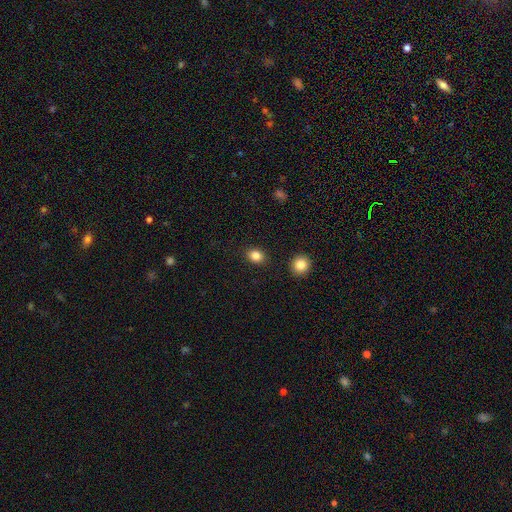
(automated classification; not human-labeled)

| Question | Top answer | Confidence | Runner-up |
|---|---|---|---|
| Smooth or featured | smooth | 85% | star or artifact (10%) |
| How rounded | round | 50% | in between (49%) |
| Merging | none | 88% | minor disturbance (7%) |